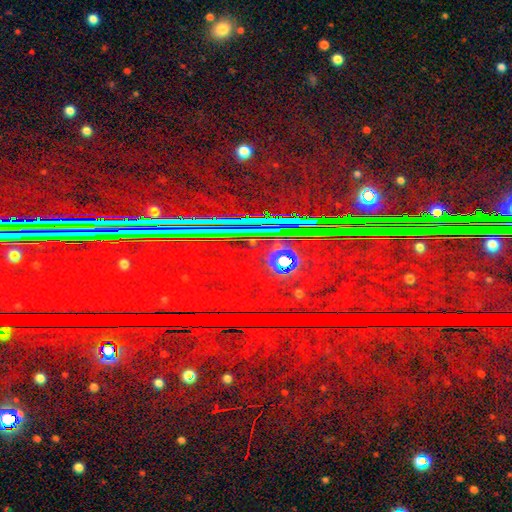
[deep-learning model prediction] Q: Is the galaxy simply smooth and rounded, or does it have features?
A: star or artifact — 85%.